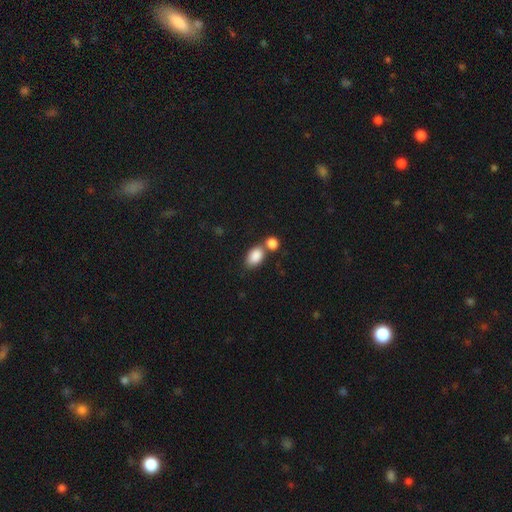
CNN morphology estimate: smooth_or_featured: smooth (p=0.86) [alt: star or artifact p=0.08]
how_rounded: in between (p=0.88) [alt: round p=0.11]
merging: none (p=0.43) [alt: merger p=0.41]